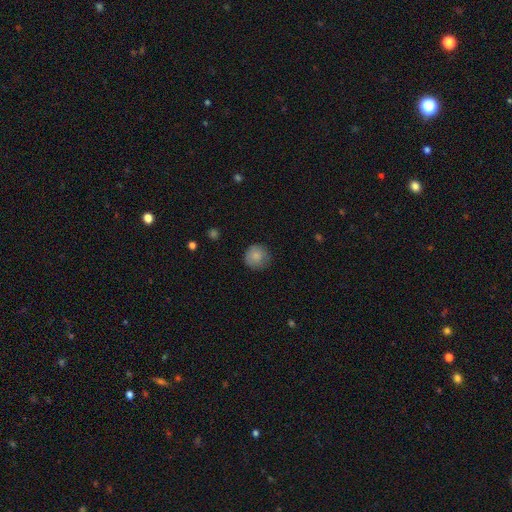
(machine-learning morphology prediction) Q: Smooth or featured?
A: smooth (84%); runner-up: star or artifact (8%)
Q: How rounded?
A: round (93%); runner-up: in between (6%)
Q: Merging?
A: none (81%); runner-up: minor disturbance (14%)